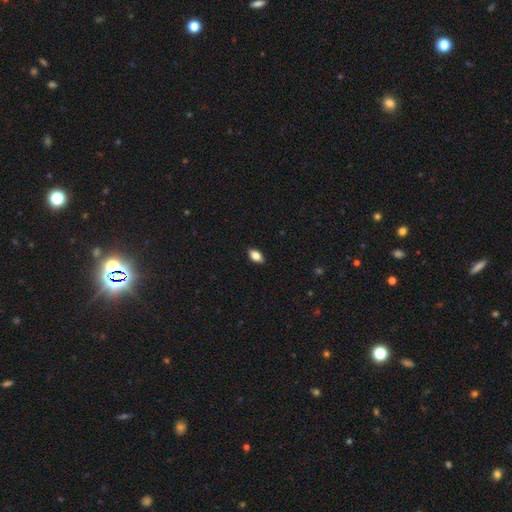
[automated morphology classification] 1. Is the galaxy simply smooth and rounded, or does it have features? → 82% smooth, 11% featured or disk, 8% star or artifact.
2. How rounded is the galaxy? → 90% in between, 6% round, 5% cigar-shaped.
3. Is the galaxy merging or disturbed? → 89% none, 9% minor disturbance, 2% major disturbance, 1% merger.